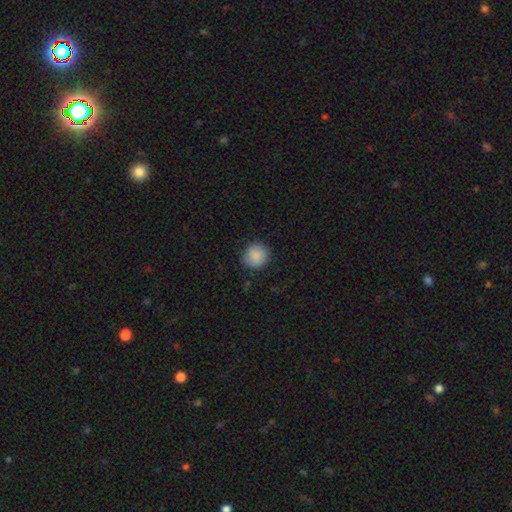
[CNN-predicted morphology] This is clearly a smooth galaxy (88%). How rounded: clearly round (90%). Merging: clearly none (85%).